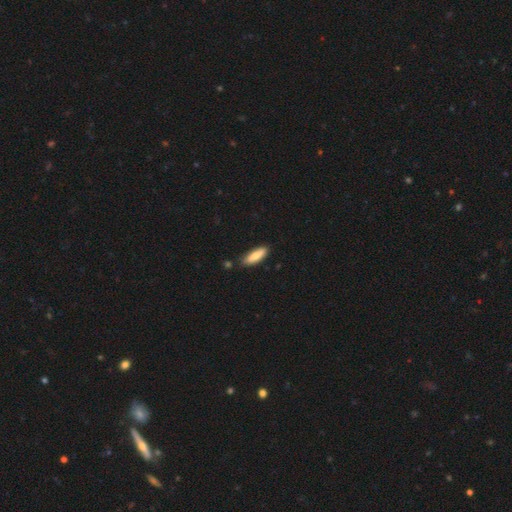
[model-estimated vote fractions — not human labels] The model was most divided on "how rounded": in between: 52%, cigar-shaped: 47%, round: 2%. More confident: merging — none (80%); smooth or featured — smooth (79%).